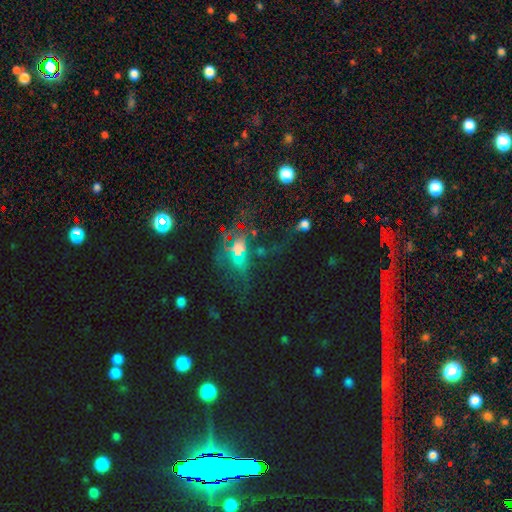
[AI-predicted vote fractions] smooth-or-featured: star or artifact: 61% | smooth: 22% | featured or disk: 17%